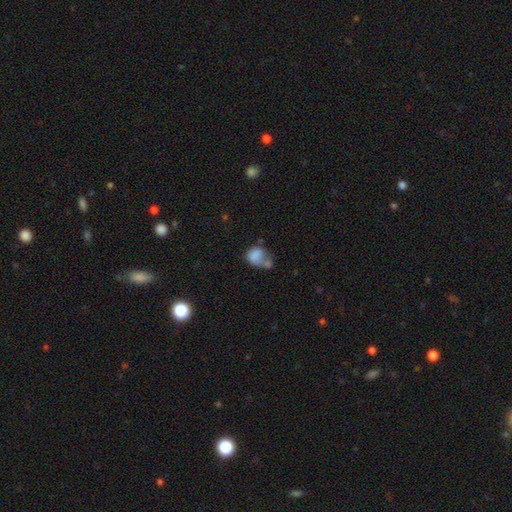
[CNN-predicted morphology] Smooth or featured? smooth (75%)
How rounded? in between (50%)
Merging? merger (42%)